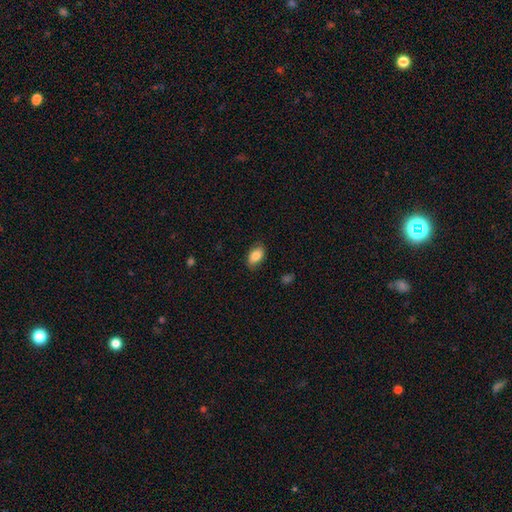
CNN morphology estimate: Smooth or featured? smooth (83%)
How rounded? in between (91%)
Merging? none (81%)